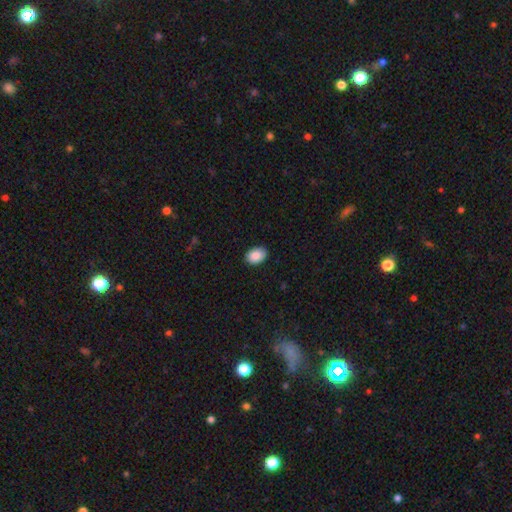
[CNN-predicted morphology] Overall: smooth (89%). How rounded: in between (82%). Merging: none (89%).